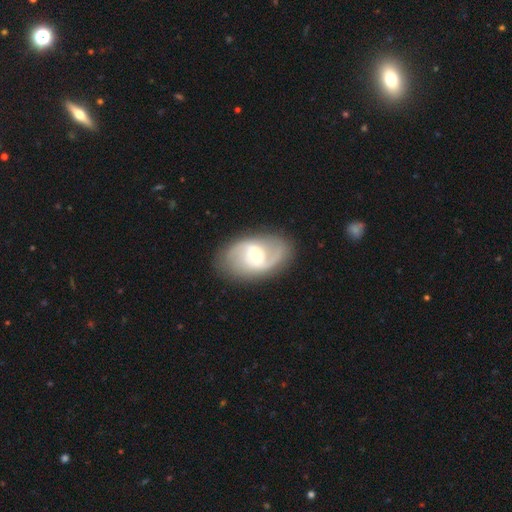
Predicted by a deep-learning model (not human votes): Smooth or featured?
  - featured or disk: 80% *
  - smooth: 15%
  - star or artifact: 5%
Edge-on disk?
  - no: 96% *
  - yes: 4%
Bar?
  - weak: 48% *
  - no: 37%
  - strong: 15%
Spiral arms?
  - yes: 91% *
  - no: 9%
Spiral winding?
  - medium: 47% *
  - loose: 32%
  - tight: 21%
Spiral arm count?
  - 2: 86% *
  - can't tell: 7%
  - 1: 3%
  - 3: 2%
  - 4: 1%
  - more than 4: 1%
Bulge size?
  - moderate: 52% *
  - small: 42%
  - large: 4%
  - dominant: 1%
  - none: 1%
Merging?
  - none: 82% *
  - minor disturbance: 12%
  - major disturbance: 5%
  - merger: 1%